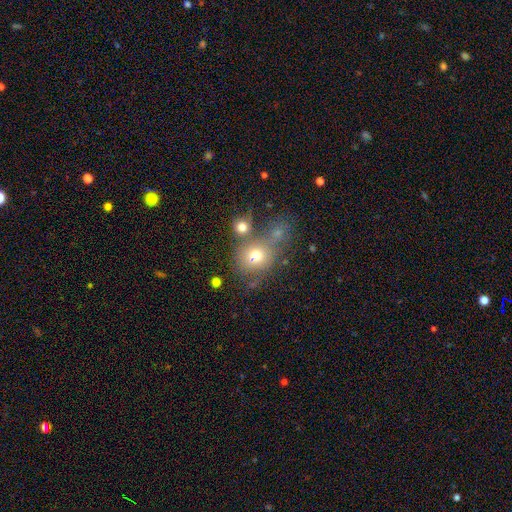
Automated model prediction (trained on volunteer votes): smooth-or-featured: smooth: 70% | star or artifact: 15% | featured or disk: 14%
  how-rounded: round: 74% | in between: 24% | cigar-shaped: 1%
  merging: none: 43% | merger: 36% | minor disturbance: 12% | major disturbance: 9%